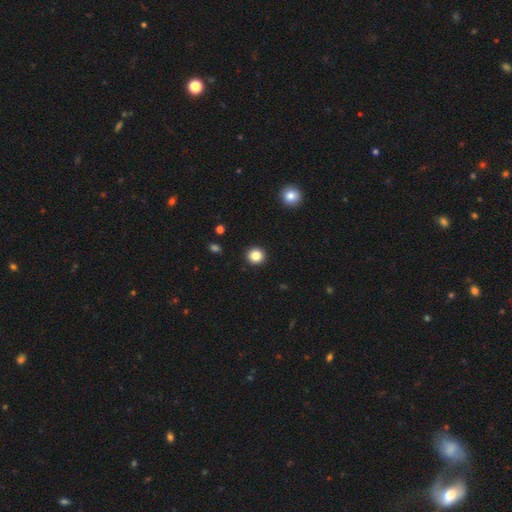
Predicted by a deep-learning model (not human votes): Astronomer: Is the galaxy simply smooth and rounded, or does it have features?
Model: smooth — 84%.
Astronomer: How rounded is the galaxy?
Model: round — 92%.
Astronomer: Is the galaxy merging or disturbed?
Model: none — 93%.